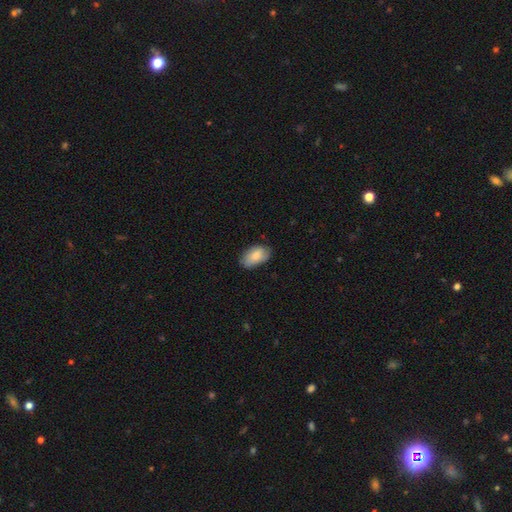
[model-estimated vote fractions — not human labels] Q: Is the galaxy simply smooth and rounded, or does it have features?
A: smooth — 76%.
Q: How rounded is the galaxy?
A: in between — 93%.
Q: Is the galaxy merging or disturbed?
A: none — 73%.